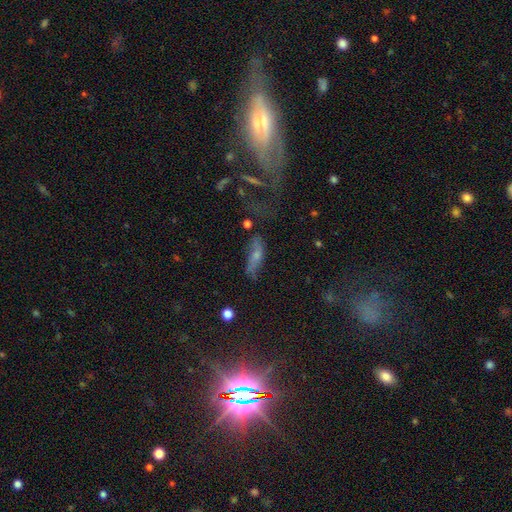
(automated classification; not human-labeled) smooth 48%, featured or disk 37%, star or artifact 15%. Down the decision tree: merging — none (53%).